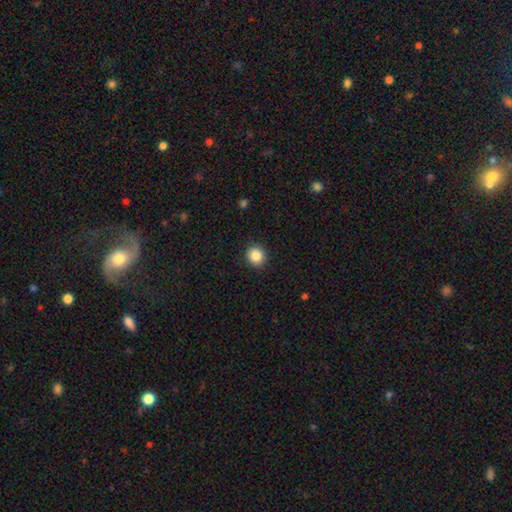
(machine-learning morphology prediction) type=smooth (87%); roundness=round (84%); merging=none (90%).